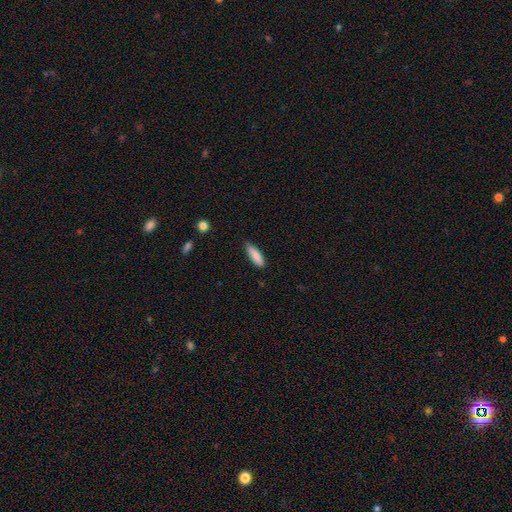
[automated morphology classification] Q: Smooth or featured?
A: smooth (85%); runner-up: featured or disk (9%)
Q: How rounded?
A: cigar-shaped (56%); runner-up: in between (42%)
Q: Merging?
A: none (78%); runner-up: minor disturbance (18%)